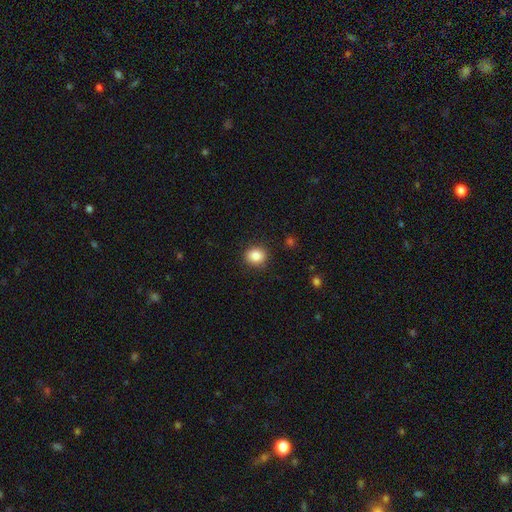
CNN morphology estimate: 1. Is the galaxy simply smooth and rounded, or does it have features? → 85% smooth, 10% star or artifact, 6% featured or disk.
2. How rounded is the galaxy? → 76% round, 23% in between, 1% cigar-shaped.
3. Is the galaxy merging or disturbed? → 88% none, 8% minor disturbance, 2% major disturbance, 1% merger.